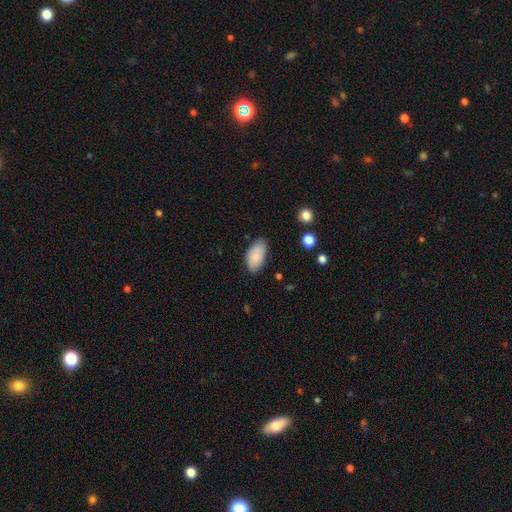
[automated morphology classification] A smooth galaxy with no disk features (88%) that is in between round and cigar-shaped (94%). Merging: none (81%).